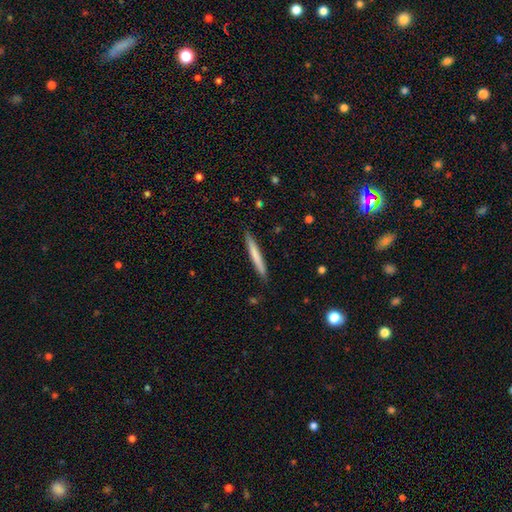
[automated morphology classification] smooth 71%, featured or disk 23%, star or artifact 5%. Down the decision tree: how rounded — cigar-shaped (97%); merging — none (90%).